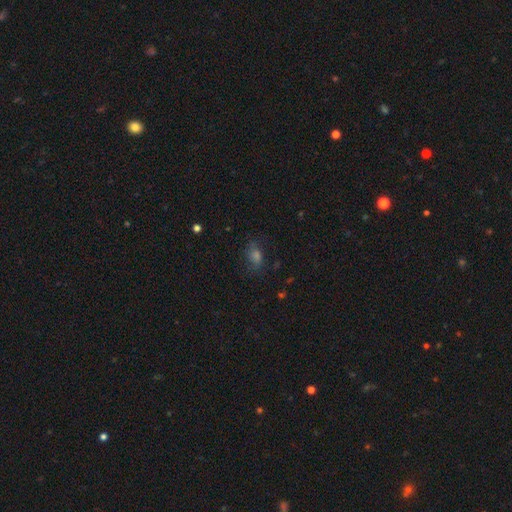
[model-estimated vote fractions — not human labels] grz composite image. It shows a smooth galaxy with no disk features (52%) that is in between round and cigar-shaped (74%). Merging: none (73%).